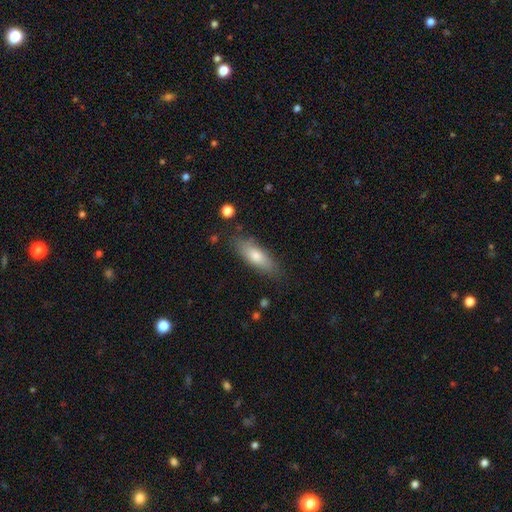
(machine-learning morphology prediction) smooth_or_featured: smooth (p=0.72) [alt: featured or disk p=0.21]
how_rounded: in between (p=0.58) [alt: cigar-shaped p=0.39]
merging: none (p=0.81) [alt: minor disturbance p=0.14]